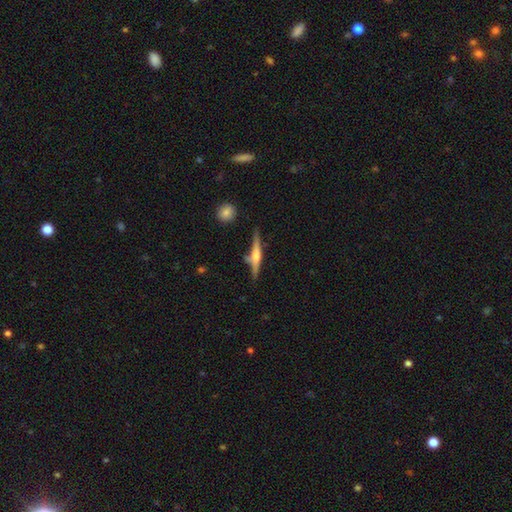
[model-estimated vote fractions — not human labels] smooth_or_featured: featured or disk (p=0.69) [alt: smooth p=0.24]
disk_edge_on: yes (p=0.97) [alt: no p=0.03]
edge_on_bulge: rounded (p=0.81) [alt: boxy p=0.12]
merging: none (p=0.77) [alt: minor disturbance p=0.13]